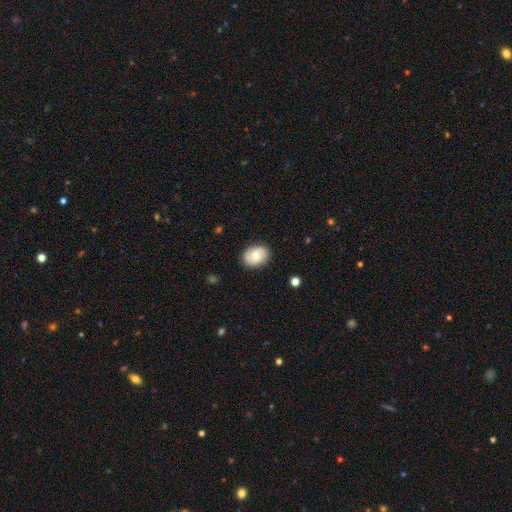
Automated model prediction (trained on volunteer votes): Smooth or featured: smooth — 62% (featured or disk — 31%)
How rounded: in between — 62% (round — 37%)
Merging: none — 85% (minor disturbance — 11%)